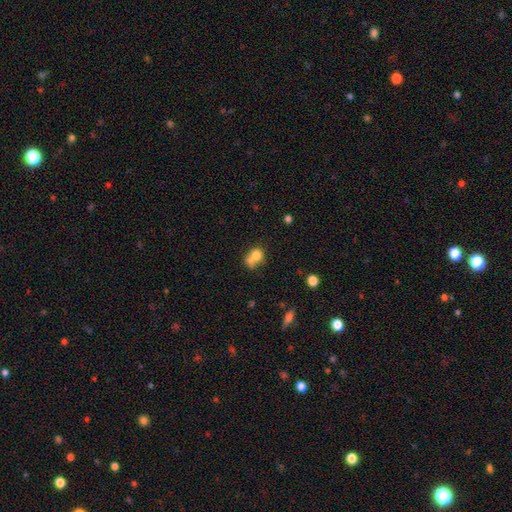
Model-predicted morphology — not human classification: Overall: smooth (74%). How rounded: round (65%; in between 34%). Merging: merger (55%; none 28%).